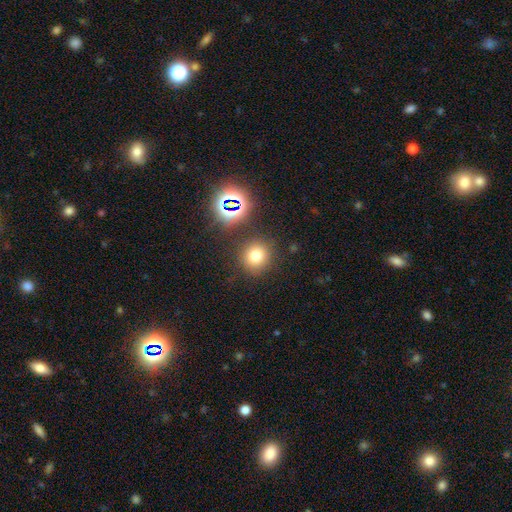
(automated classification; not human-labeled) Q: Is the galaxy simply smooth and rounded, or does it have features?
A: smooth — 71%.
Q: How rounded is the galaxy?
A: round — 88%.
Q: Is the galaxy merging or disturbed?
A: none — 84%.